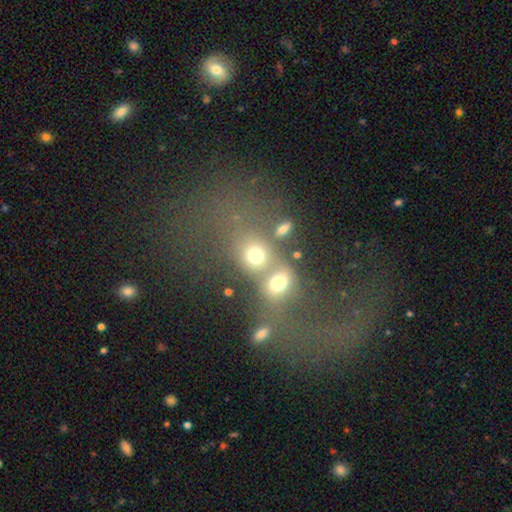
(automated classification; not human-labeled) Overall: smooth (71%). How rounded: round (61%; in between 37%). Merging: merger (54%; none 31%).